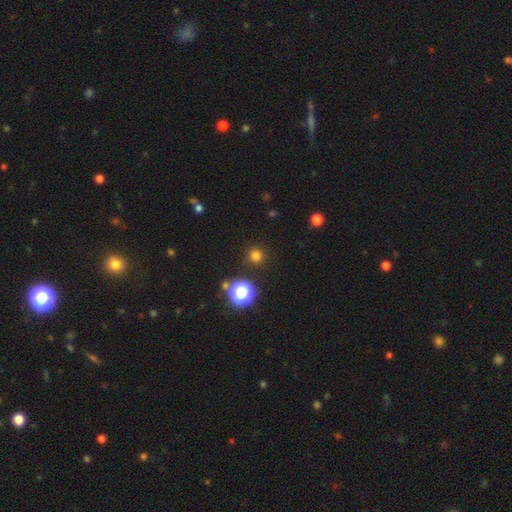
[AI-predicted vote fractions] Morphology: type=smooth (75%); roundness=round (95%); merging=none (90%).